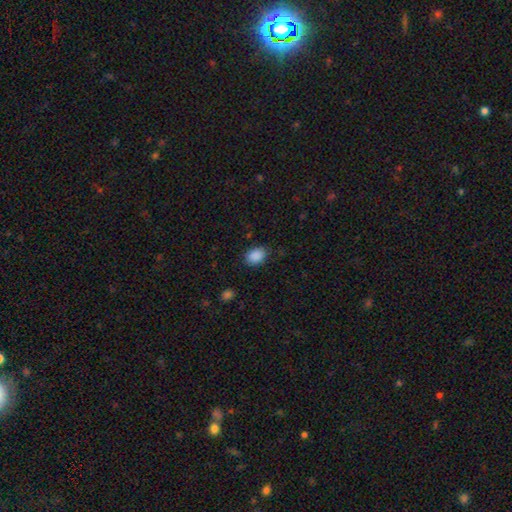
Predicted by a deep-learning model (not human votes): Smooth or featured? Predicted: smooth (p=0.89). How rounded? Predicted: in between (p=0.74). Merging? Predicted: none (p=0.82).